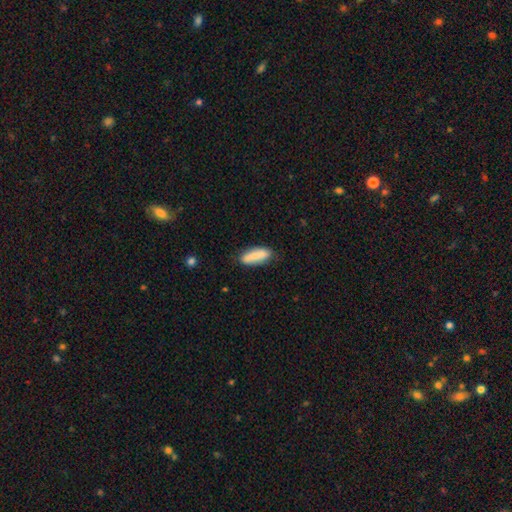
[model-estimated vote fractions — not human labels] A smooth galaxy with no disk features (81%) that is in between round and cigar-shaped (60%). Merging: none (78%).